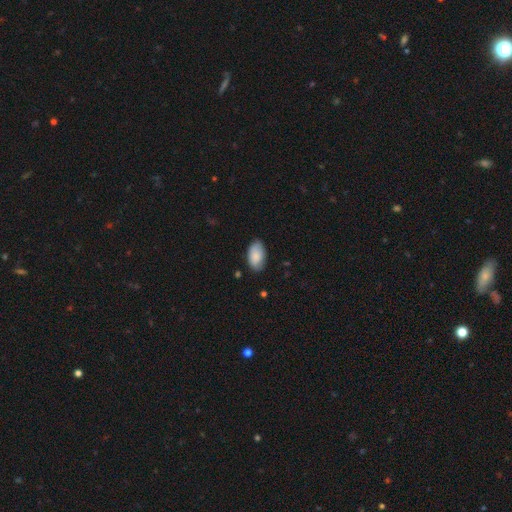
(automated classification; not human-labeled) Smooth or featured? Predicted: smooth (p=0.87). How rounded? Predicted: in between (p=0.95). Merging? Predicted: none (p=0.78).